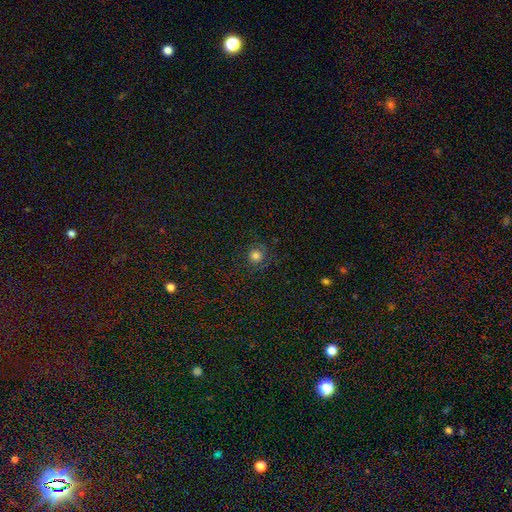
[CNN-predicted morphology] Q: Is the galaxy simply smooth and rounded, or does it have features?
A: smooth — 69%.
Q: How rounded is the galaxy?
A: round — 91%.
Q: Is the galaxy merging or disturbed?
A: none — 75%.